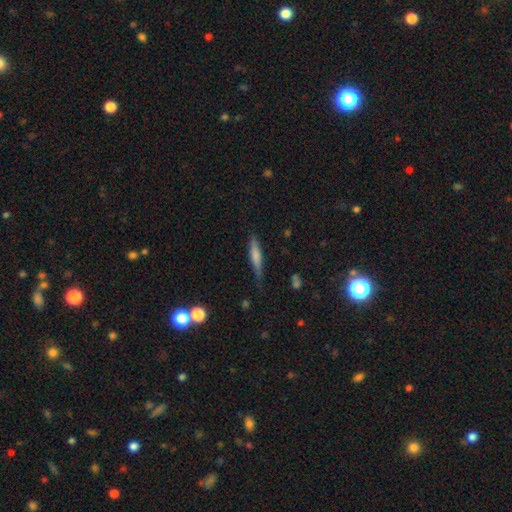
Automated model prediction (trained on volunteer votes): A smooth galaxy with no disk features (64%) that is cigar-shaped (85%). Merging: none (74%).